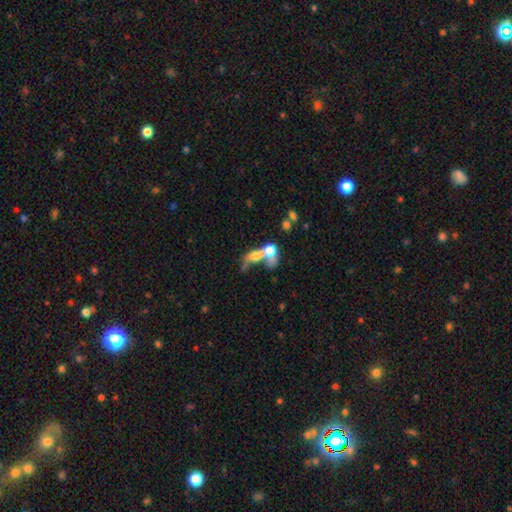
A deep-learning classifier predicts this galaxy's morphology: Overall: smooth (50%; featured or disk 37%). Merging: merger (66%).